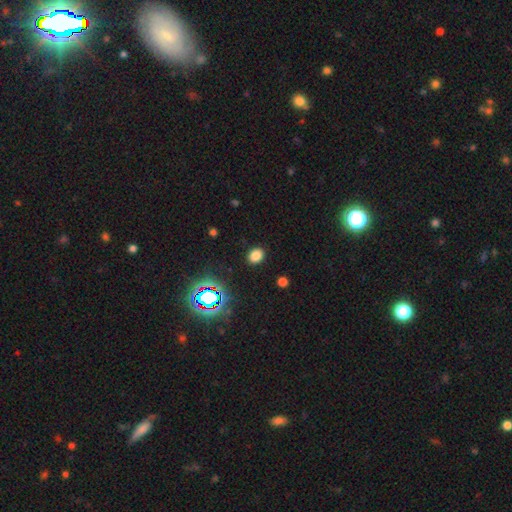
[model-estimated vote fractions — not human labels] The model was most divided on "how rounded": in between: 57%, round: 42%, cigar-shaped: 1%. More confident: merging — none (88%); smooth or featured — smooth (77%).